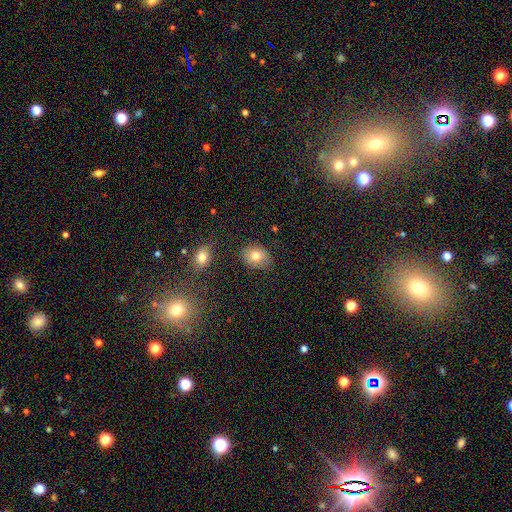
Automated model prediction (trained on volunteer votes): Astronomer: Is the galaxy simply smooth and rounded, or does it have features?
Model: smooth — 78%.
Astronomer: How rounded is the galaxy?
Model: in between — 59% (runner-up: round, 40%).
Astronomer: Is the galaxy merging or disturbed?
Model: none — 82%.